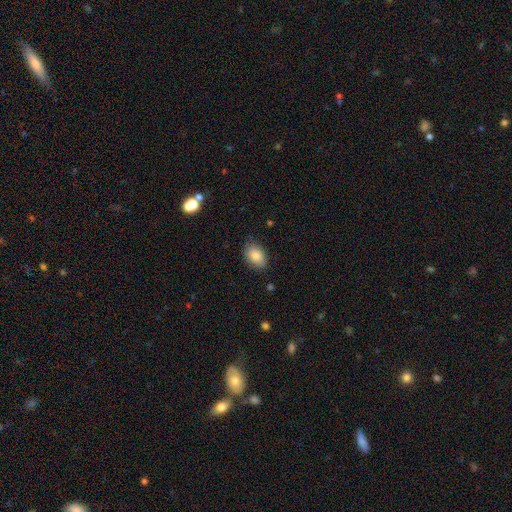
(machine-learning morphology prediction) Smooth or featured: smooth — 85% (star or artifact — 7%)
How rounded: in between — 86% (round — 12%)
Merging: none — 80% (minor disturbance — 15%)